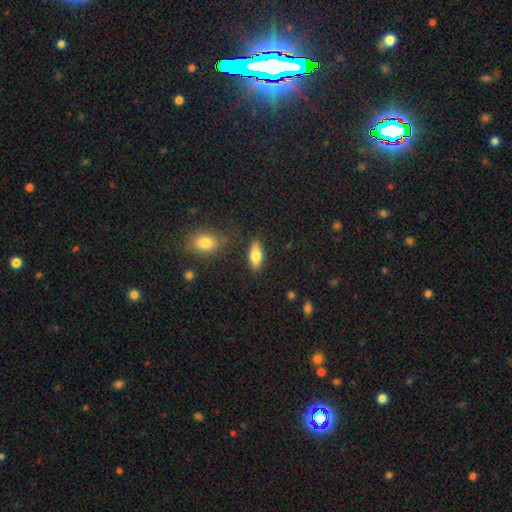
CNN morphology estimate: Q: Smooth or featured?
A: smooth (73%); runner-up: featured or disk (20%)
Q: How rounded?
A: in between (78%); runner-up: cigar-shaped (19%)
Q: Merging?
A: none (83%); runner-up: minor disturbance (11%)